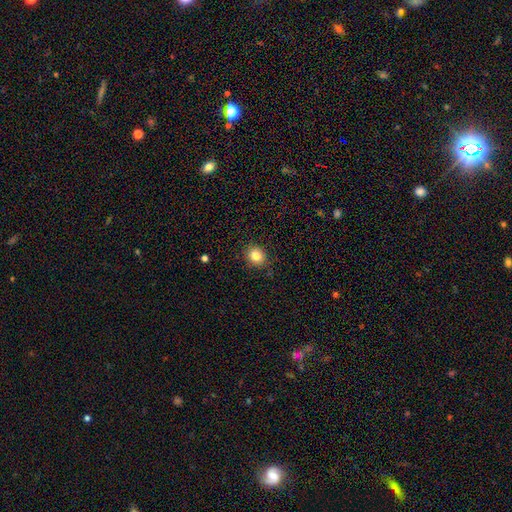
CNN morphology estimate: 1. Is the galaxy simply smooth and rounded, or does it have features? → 82% smooth, 11% star or artifact, 7% featured or disk.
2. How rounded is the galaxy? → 78% round, 21% in between, 1% cigar-shaped.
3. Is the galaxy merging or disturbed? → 89% none, 8% minor disturbance, 2% major disturbance, 1% merger.